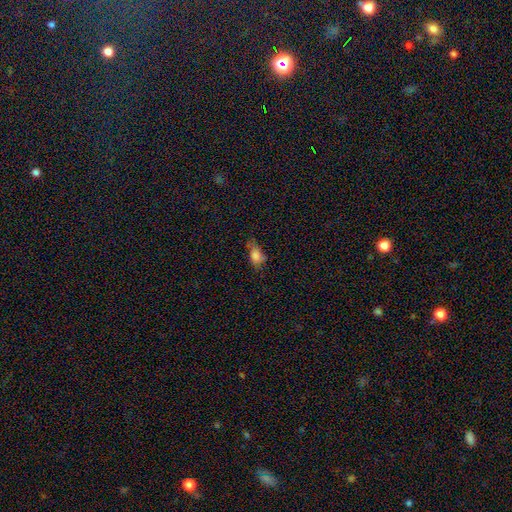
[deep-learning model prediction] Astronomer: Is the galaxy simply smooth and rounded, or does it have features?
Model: smooth — 78%.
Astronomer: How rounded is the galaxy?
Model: in between — 78%.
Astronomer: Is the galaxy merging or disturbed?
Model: none — 42% (runner-up: minor disturbance, 38%).